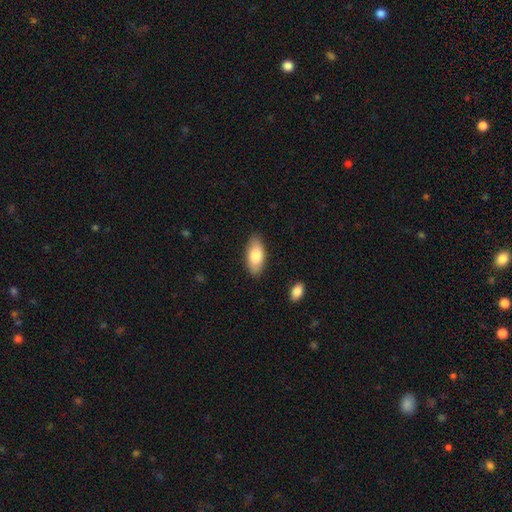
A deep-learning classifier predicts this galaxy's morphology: Smooth or featured? smooth (83%)
How rounded? in between (89%)
Merging? none (86%)